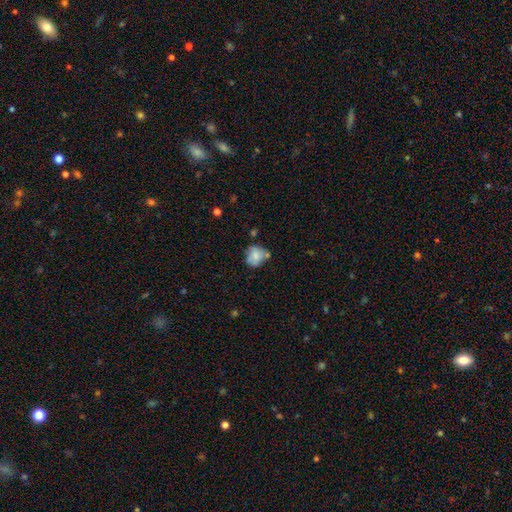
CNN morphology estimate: smooth-or-featured: smooth: 70% | featured or disk: 22% | star or artifact: 8%
  how-rounded: round: 71% | in between: 28% | cigar-shaped: 1%
  merging: none: 49% | minor disturbance: 29% | merger: 12% | major disturbance: 10%